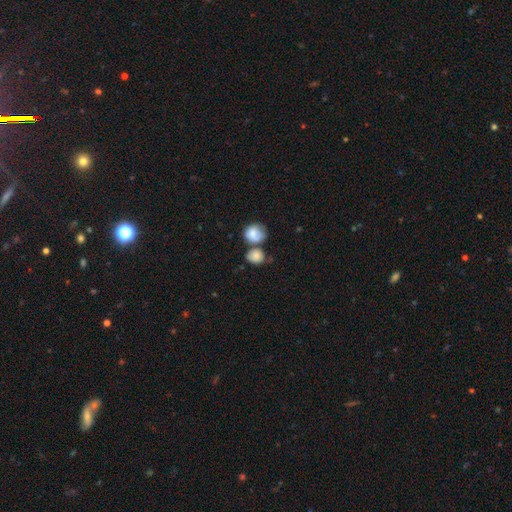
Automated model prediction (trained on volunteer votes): Q: Smooth or featured?
A: smooth (79%); runner-up: featured or disk (12%)
Q: How rounded?
A: round (65%); runner-up: in between (33%)
Q: Merging?
A: merger (40%); tied with: none (40%)